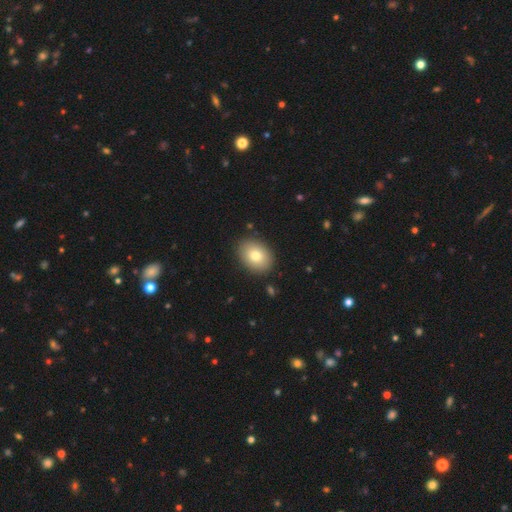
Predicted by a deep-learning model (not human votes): A smooth galaxy with no disk features (80%) that is in between round and cigar-shaped (72%). Merging: none (88%).